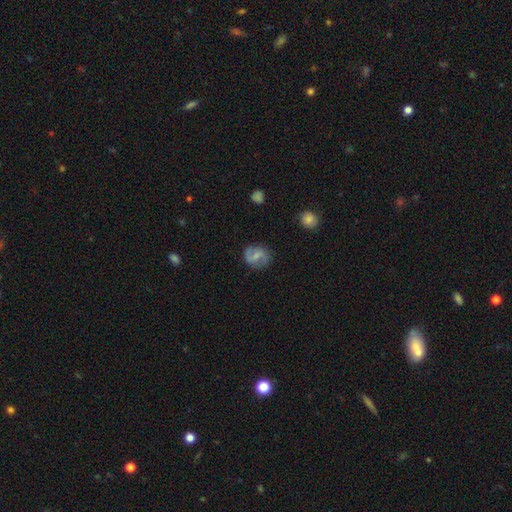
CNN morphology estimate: smooth-or-featured: featured or disk: 60% | smooth: 33% | star or artifact: 8%
  disk-edge-on: no: 97% | yes: 3%
    bar: weak: 51% | no: 26% | strong: 24%
    has-spiral-arms: yes: 84% | no: 16%
    bulge-size: small: 52% | moderate: 33% | none: 12% | large: 2% | dominant: 1%
  merging: none: 76% | minor disturbance: 16% | major disturbance: 6% | merger: 2%